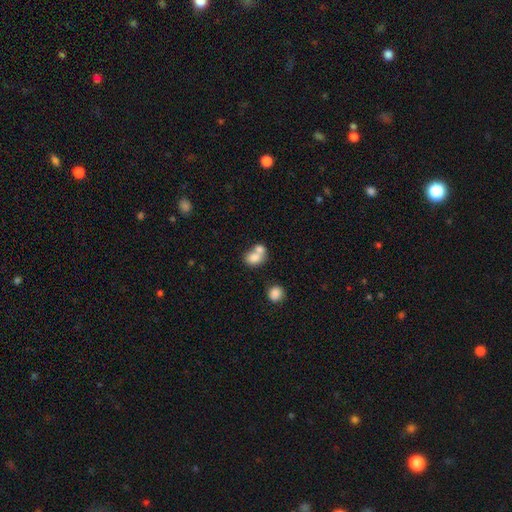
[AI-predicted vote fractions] Overall: smooth (76%). How rounded: in between (51%; round 48%). Merging: merger (64%; none 25%).